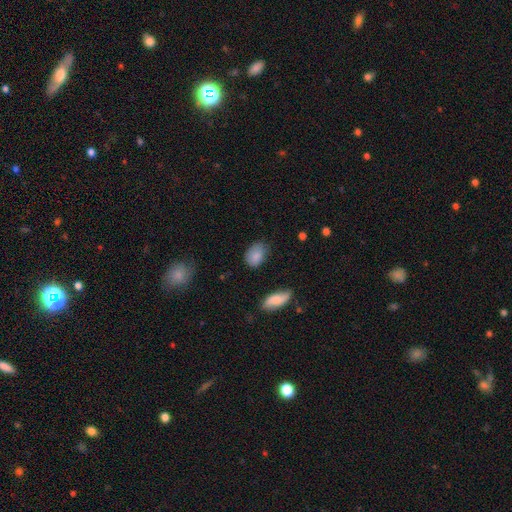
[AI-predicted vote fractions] Smooth or featured: smooth — 84% (featured or disk — 8%)
How rounded: in between — 82% (round — 16%)
Merging: none — 63% (minor disturbance — 29%)